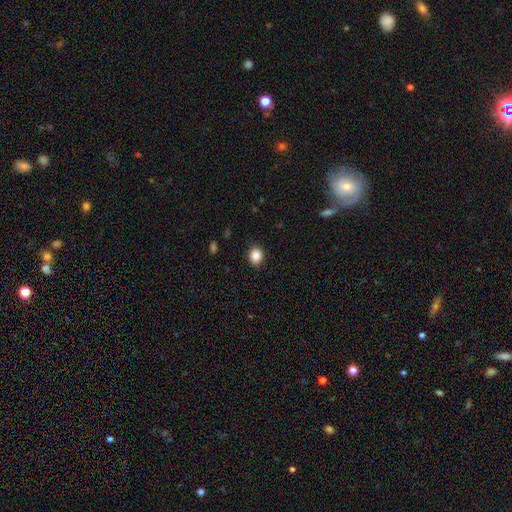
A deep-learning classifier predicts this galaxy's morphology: smooth 87%, star or artifact 9%, featured or disk 3%. Down the decision tree: how rounded — round (56%); merging — none (88%).